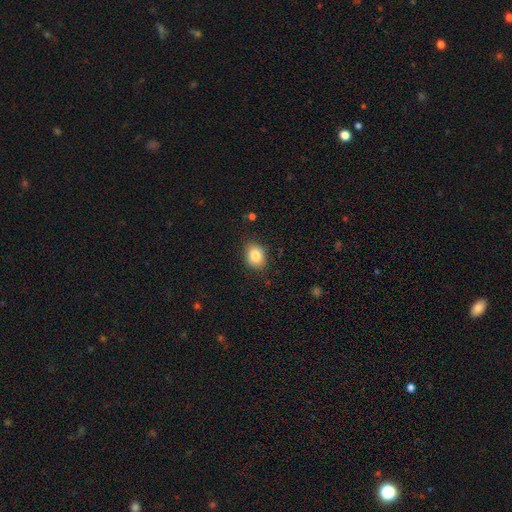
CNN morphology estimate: Overall: smooth (82%). How rounded: in between (55%; round 44%). Merging: none (85%).